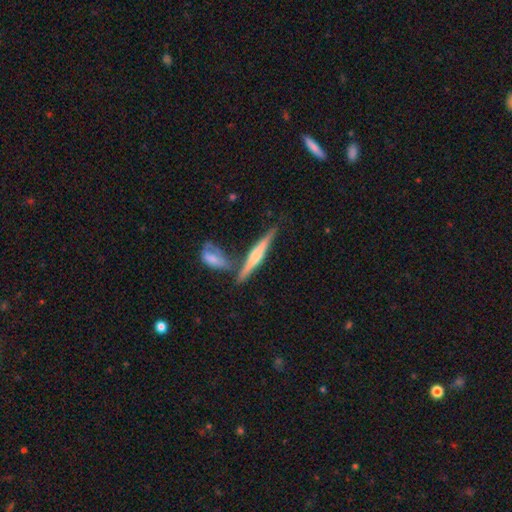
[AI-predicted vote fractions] Overall: featured or disk (65%; smooth 29%). Edge-on disk: yes (96%). Edge-on bulge: rounded (68%). Merging: none (64%).